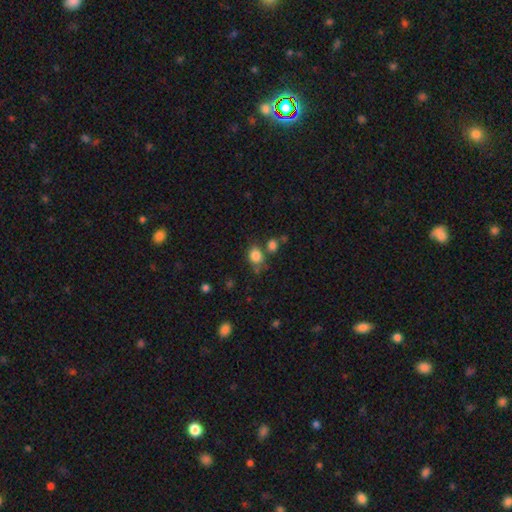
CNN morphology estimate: A smooth galaxy with no disk features (83%) that is round (52%).

Vote fractions:
- Smooth or featured? smooth: 83% / star or artifact: 11% / featured or disk: 7%
- How rounded? round: 52% / in between: 47% / cigar-shaped: 1%
- Merging? none: 62% / merger: 17% / minor disturbance: 16% / major disturbance: 6%